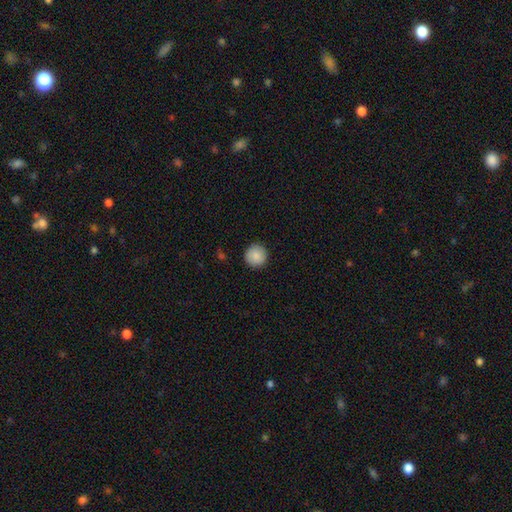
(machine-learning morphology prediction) Smooth or featured? Predicted: smooth (p=0.89). How rounded? Predicted: round (p=0.95). Merging? Predicted: none (p=0.91).